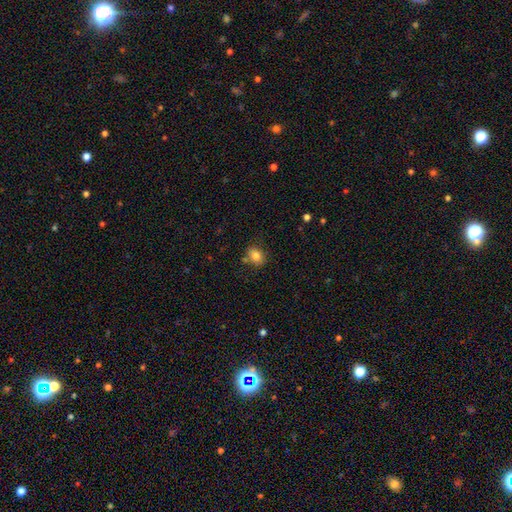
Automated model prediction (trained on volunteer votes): Smooth or featured? smooth (81%)
How rounded? in between (58%)
Merging? none (72%)